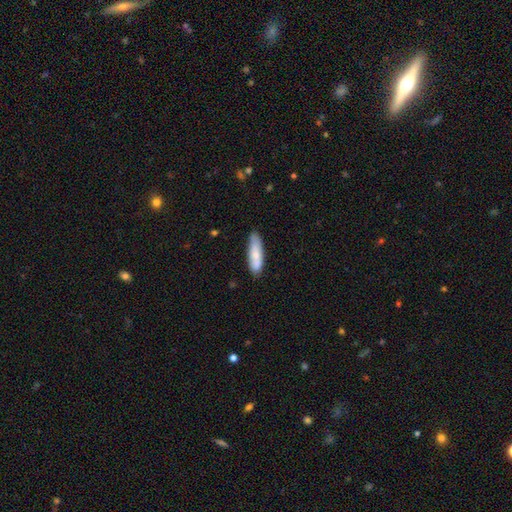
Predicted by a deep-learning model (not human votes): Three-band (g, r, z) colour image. It shows a smooth galaxy with no disk features (75%) that is cigar-shaped (59%). Merging: none (76%).